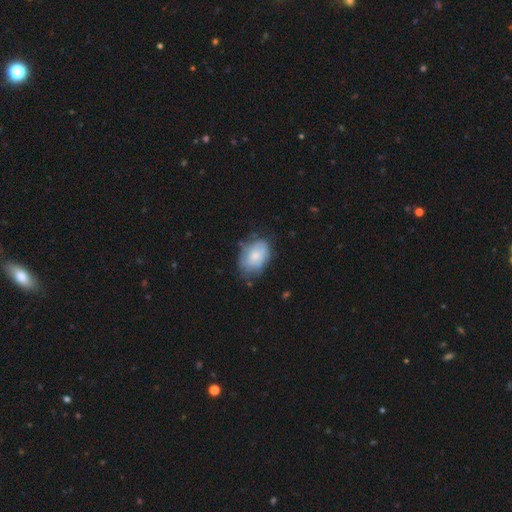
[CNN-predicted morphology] type=smooth (66%); roundness=in between (82%); merging=none (63%).